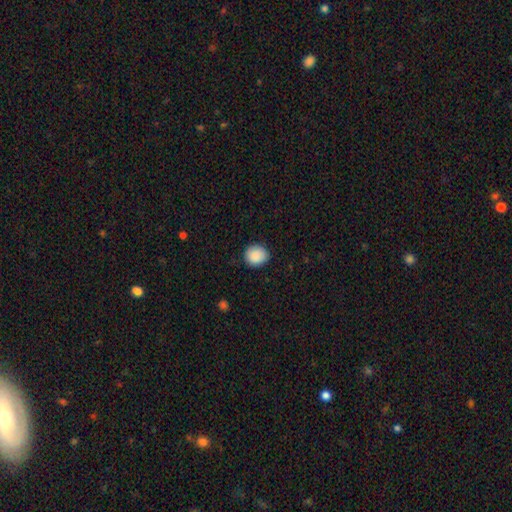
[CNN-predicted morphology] Smooth or featured? smooth (89%)
How rounded? round (78%)
Merging? none (86%)